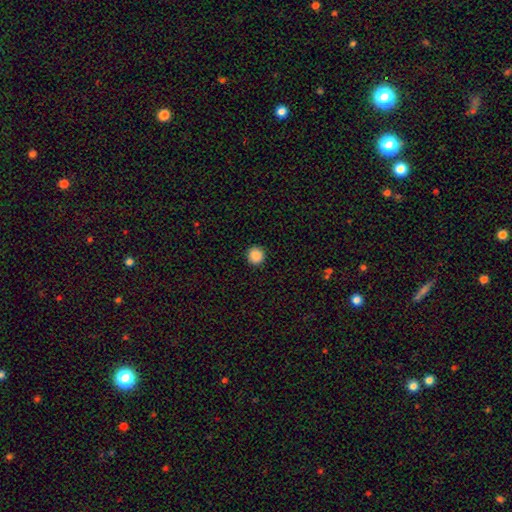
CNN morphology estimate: smooth-or-featured: smooth: 88% | star or artifact: 9% | featured or disk: 3%
  how-rounded: round: 95% | in between: 4% | cigar-shaped: 1%
  merging: none: 93% | minor disturbance: 4% | major disturbance: 2% | merger: 1%